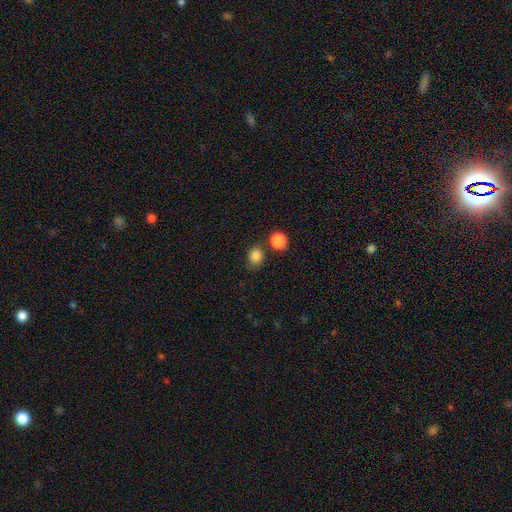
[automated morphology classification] type=smooth (85%); roundness=round (63%); merging=none (73%).